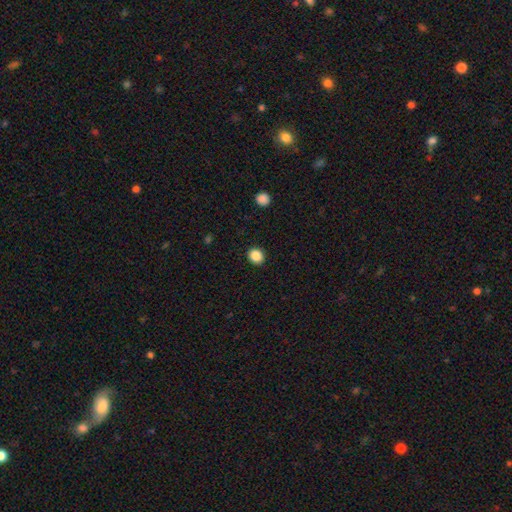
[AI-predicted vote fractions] The model was most divided on "how rounded": round: 73%, in between: 26%, cigar-shaped: 1%. More confident: merging — none (91%); smooth or featured — smooth (87%).